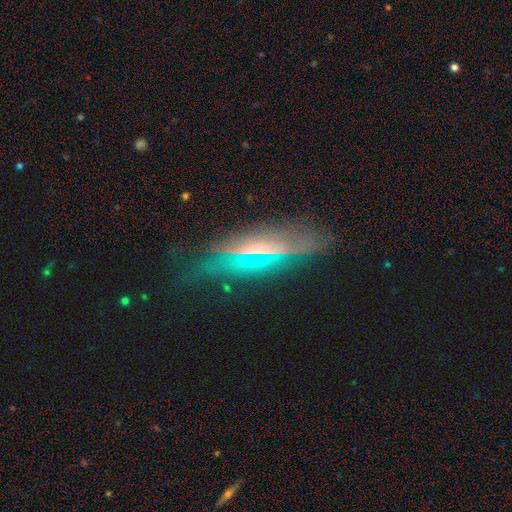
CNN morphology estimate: Smooth or featured? Predicted: featured or disk (p=0.75). Edge-on disk? Predicted: yes (p=0.91). Edge-on bulge? Predicted: rounded (p=0.81). Merging? Predicted: none (p=0.77).